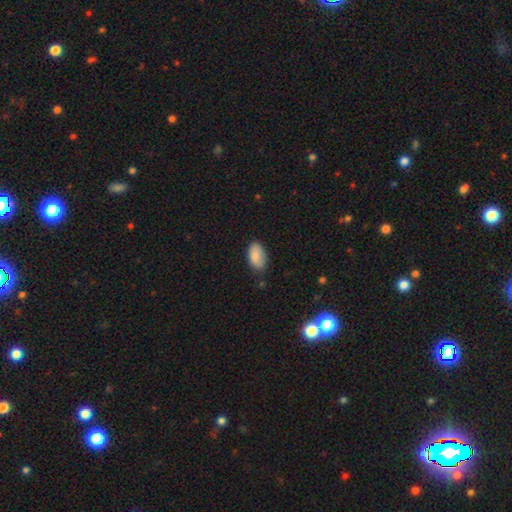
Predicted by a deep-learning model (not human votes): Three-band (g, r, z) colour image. It shows a smooth galaxy with no disk features (86%) that is in between round and cigar-shaped (94%). Merging: none (74%).